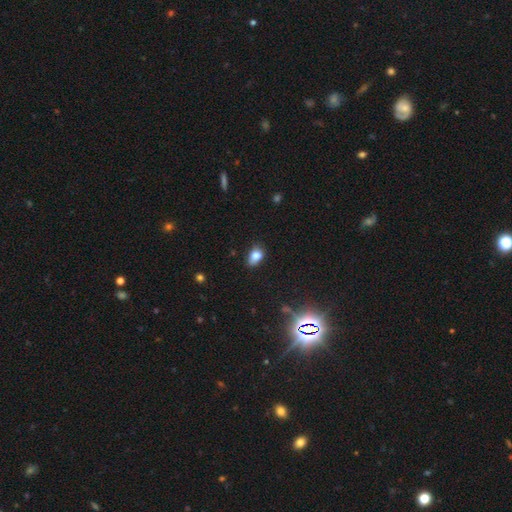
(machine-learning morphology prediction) Smooth or featured? smooth (80%)
How rounded? in between (82%)
Merging? none (67%)